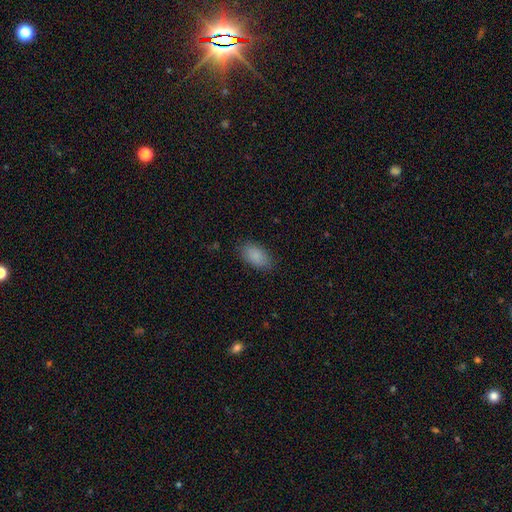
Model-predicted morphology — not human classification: Smooth or featured? Predicted: smooth (p=0.88). How rounded? Predicted: in between (p=0.93). Merging? Predicted: none (p=0.84).